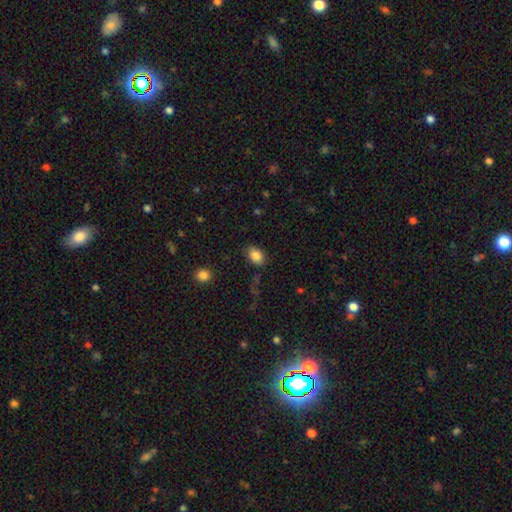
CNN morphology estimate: Smooth or featured? smooth (85%)
How rounded? in between (75%)
Merging? none (78%)